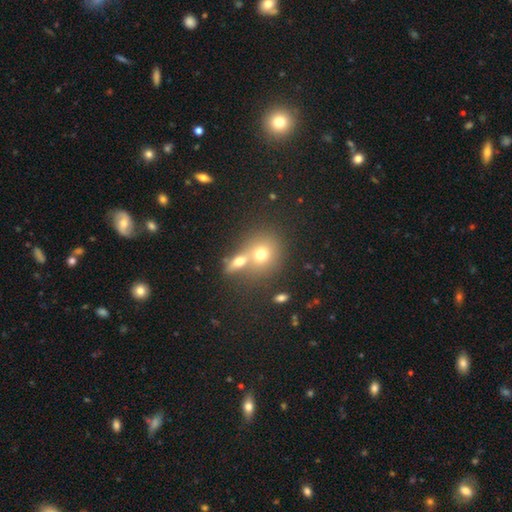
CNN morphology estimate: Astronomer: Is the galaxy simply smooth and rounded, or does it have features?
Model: smooth — 62%.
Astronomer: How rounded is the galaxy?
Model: round — 75%.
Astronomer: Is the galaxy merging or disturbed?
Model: none — 45% (runner-up: merger, 44%).